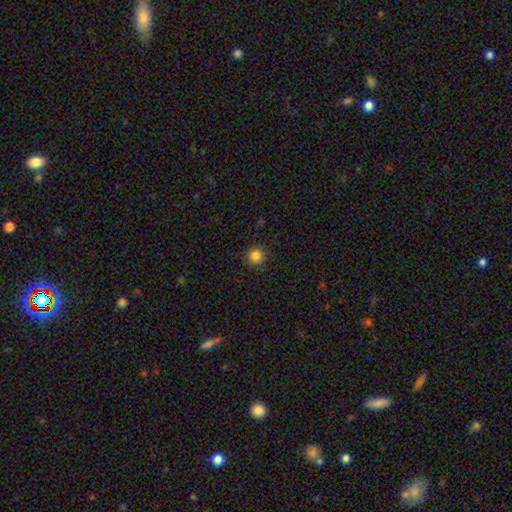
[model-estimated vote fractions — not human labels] Smooth or featured? smooth (84%)
How rounded? round (94%)
Merging? none (90%)